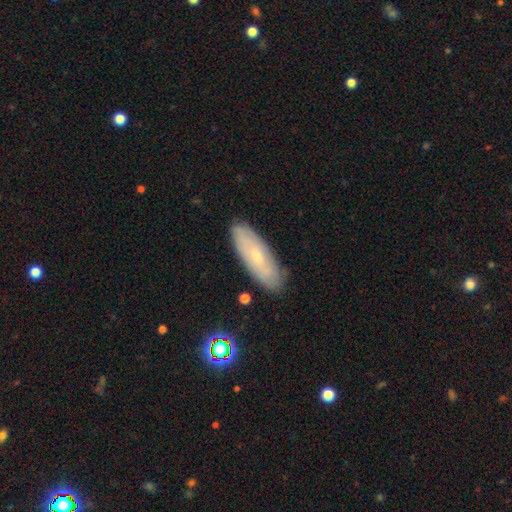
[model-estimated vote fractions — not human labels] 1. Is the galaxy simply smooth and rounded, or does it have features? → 52% smooth, 39% featured or disk, 8% star or artifact.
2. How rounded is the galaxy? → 58% in between, 40% cigar-shaped, 2% round.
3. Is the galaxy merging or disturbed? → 85% none, 11% minor disturbance, 2% major disturbance, 2% merger.